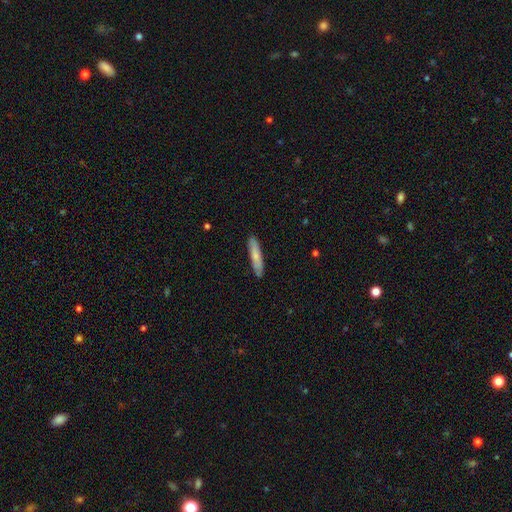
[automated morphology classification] This is likely a smooth galaxy (71%). How rounded: clearly cigar-shaped (89%). Merging: clearly none (87%).